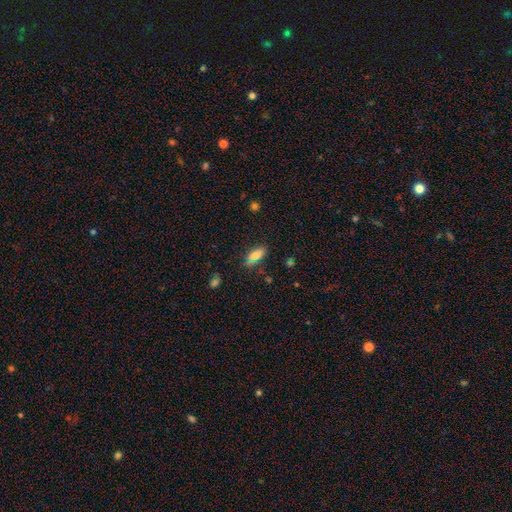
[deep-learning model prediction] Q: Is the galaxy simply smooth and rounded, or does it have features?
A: smooth — 72%.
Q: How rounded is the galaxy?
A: in between — 78%.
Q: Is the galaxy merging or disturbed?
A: none — 78%.